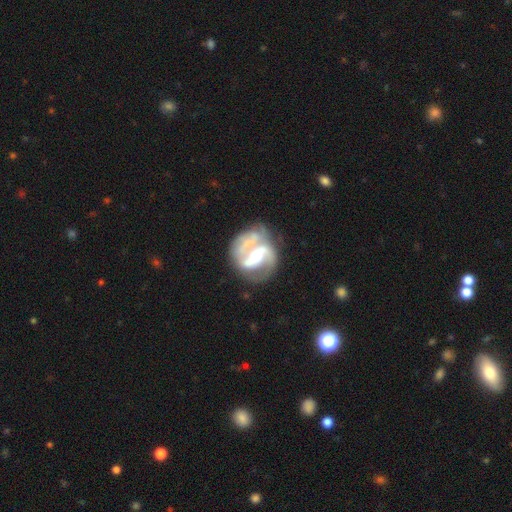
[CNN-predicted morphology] Smooth or featured: featured or disk — 85% (smooth — 9%)
Edge-on disk: no — 98% (yes — 2%)
Bar: strong — 41% (weak — 37%)
Spiral arms: yes — 88% (no — 12%)
Spiral winding: medium — 47% (loose — 29%)
Spiral arm count: 2 — 71% (can't tell — 11%)
Bulge size: moderate — 57% (small — 32%)
Merging: none — 54% (minor disturbance — 20%)